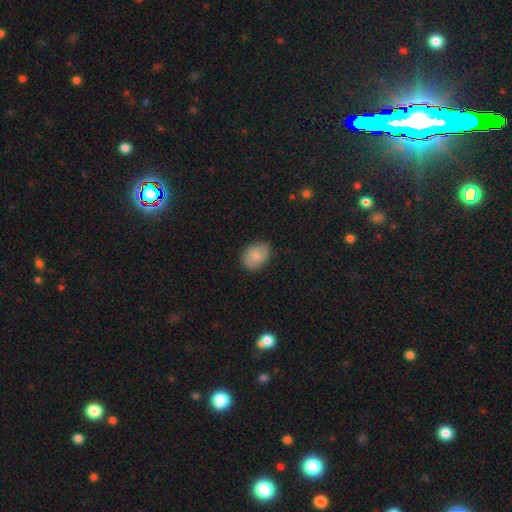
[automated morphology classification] smooth-or-featured: smooth: 81% | featured or disk: 12% | star or artifact: 8%
  how-rounded: in between: 63% | round: 36% | cigar-shaped: 1%
  merging: none: 80% | minor disturbance: 16% | major disturbance: 3% | merger: 1%